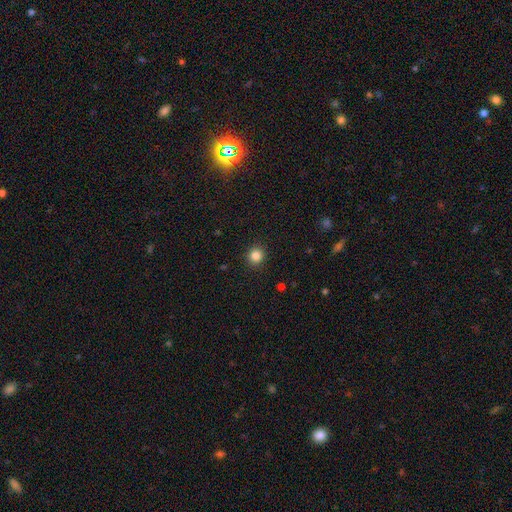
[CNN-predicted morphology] Smooth or featured: smooth — 84% (star or artifact — 11%)
How rounded: round — 90% (in between — 9%)
Merging: none — 92% (minor disturbance — 5%)